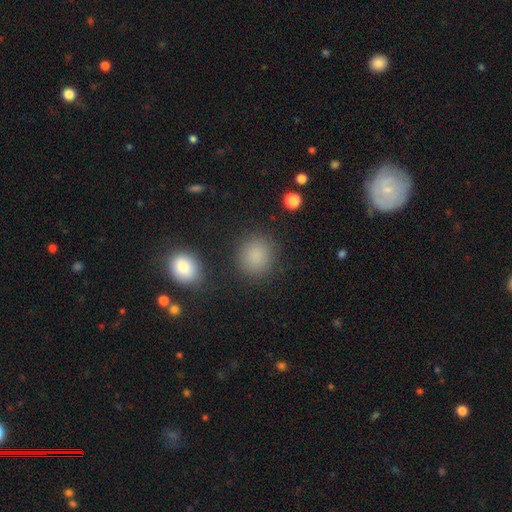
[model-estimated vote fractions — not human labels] A smooth galaxy with no disk features (86%) that is round (79%).

Vote fractions:
- Smooth or featured? smooth: 86% / star or artifact: 10% / featured or disk: 4%
- How rounded? round: 79% / in between: 20% / cigar-shaped: 1%
- Merging? none: 86% / minor disturbance: 8% / major disturbance: 3% / merger: 3%